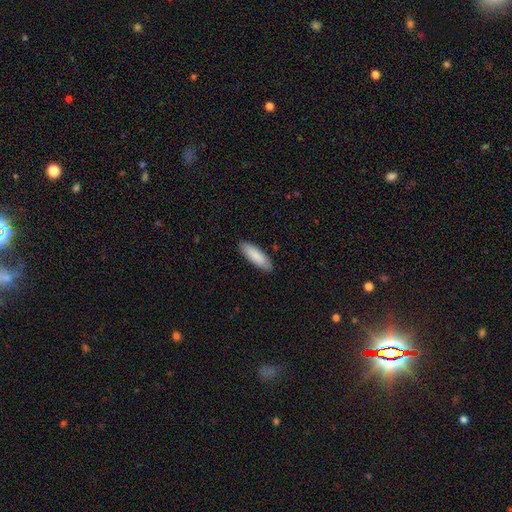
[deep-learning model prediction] smooth_or_featured: smooth (p=0.88) [alt: featured or disk p=0.07]
how_rounded: in between (p=0.52) [alt: cigar-shaped p=0.46]
merging: none (p=0.88) [alt: minor disturbance p=0.09]